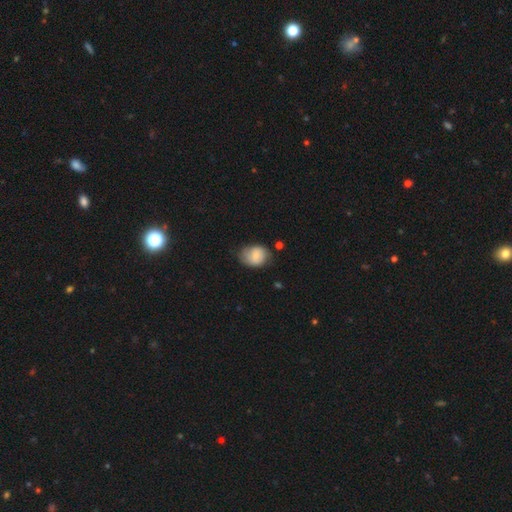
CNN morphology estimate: smooth-or-featured: smooth: 72% | featured or disk: 20% | star or artifact: 8%
  how-rounded: in between: 54% | round: 45% | cigar-shaped: 1%
  merging: none: 61% | minor disturbance: 29% | major disturbance: 8% | merger: 3%